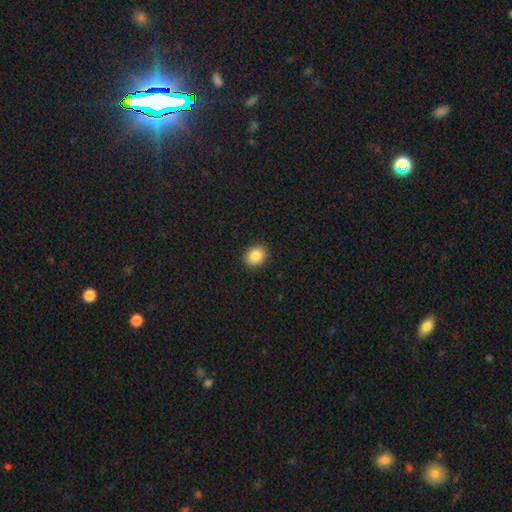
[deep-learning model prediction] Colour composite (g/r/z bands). It shows a smooth galaxy with no disk features (86%) that is round (53%). Merging: none (91%).